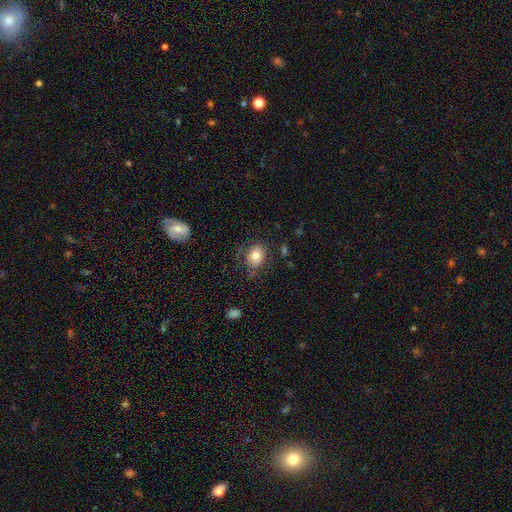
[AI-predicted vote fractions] Smooth or featured?
  - smooth: 79% *
  - featured or disk: 12%
  - star or artifact: 9%
How rounded?
  - in between: 59% *
  - round: 40%
  - cigar-shaped: 1%
Merging?
  - none: 69% *
  - minor disturbance: 19%
  - major disturbance: 10%
  - merger: 3%